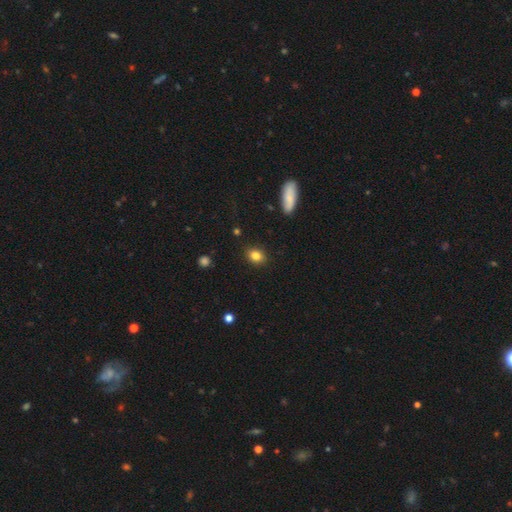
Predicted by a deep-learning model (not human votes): smooth 84%, star or artifact 10%, featured or disk 6%. Down the decision tree: how rounded — round (50%); merging — none (88%).